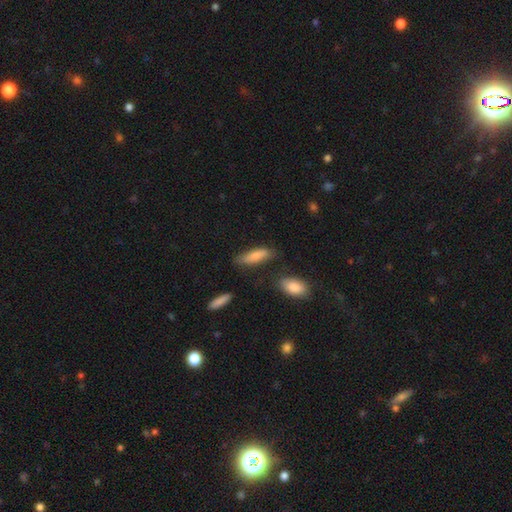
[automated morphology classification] The model was most divided on "how rounded": cigar-shaped: 53%, in between: 45%, round: 2%. More confident: smooth or featured — smooth (82%); merging — none (69%).